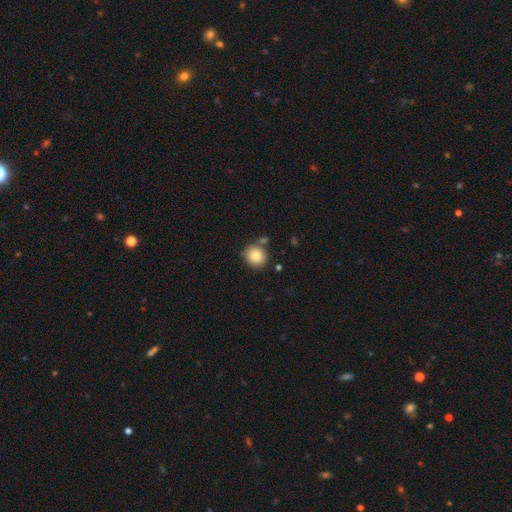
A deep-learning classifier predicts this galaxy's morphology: smooth 83%, star or artifact 9%, featured or disk 8%. Down the decision tree: how rounded — round (88%); merging — none (77%).